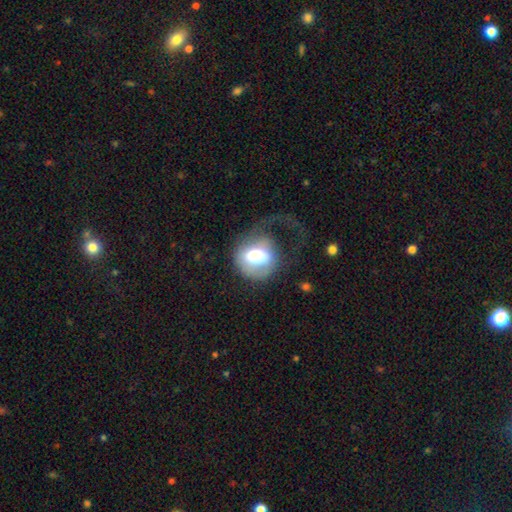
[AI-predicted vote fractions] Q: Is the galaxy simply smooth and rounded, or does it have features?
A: smooth — 60%.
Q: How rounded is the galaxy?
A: round — 66%.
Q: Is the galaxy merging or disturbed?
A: major disturbance — 54%.